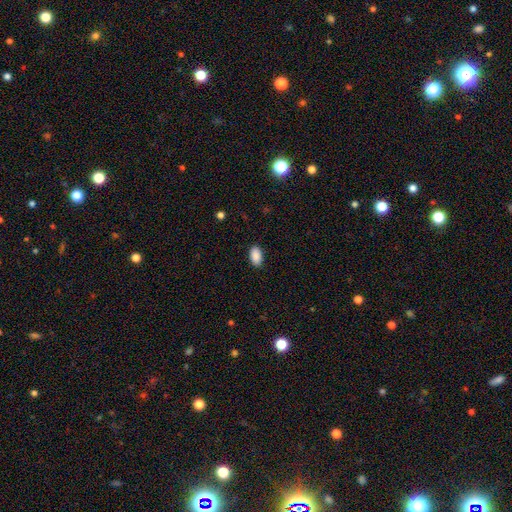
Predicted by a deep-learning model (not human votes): Overall: smooth (90%). How rounded: in between (94%). Merging: none (87%).